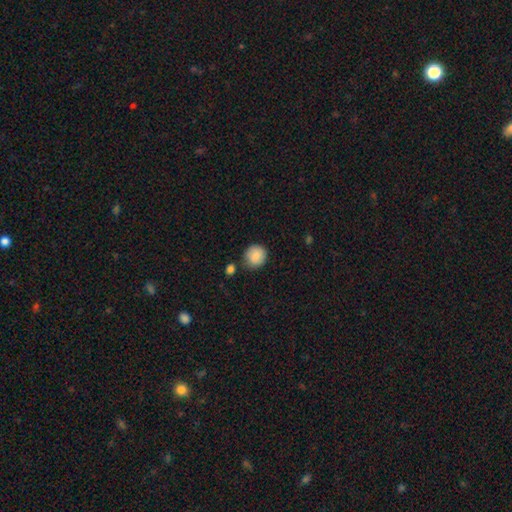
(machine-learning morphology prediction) smooth 87%, star or artifact 8%, featured or disk 6%. Down the decision tree: how rounded — round (89%); merging — none (79%).